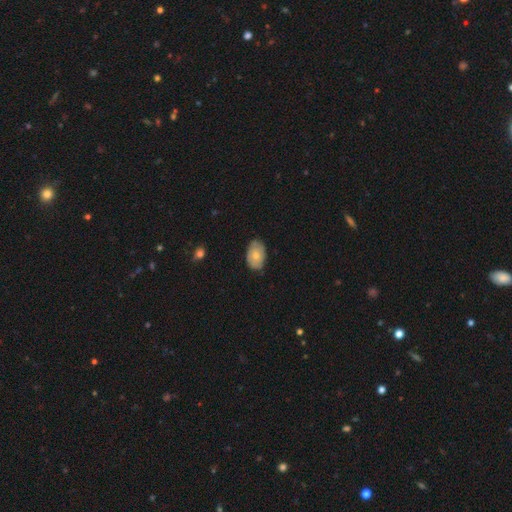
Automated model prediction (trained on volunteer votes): Overall: smooth (66%; featured or disk 28%). How rounded: in between (87%). Merging: none (75%).